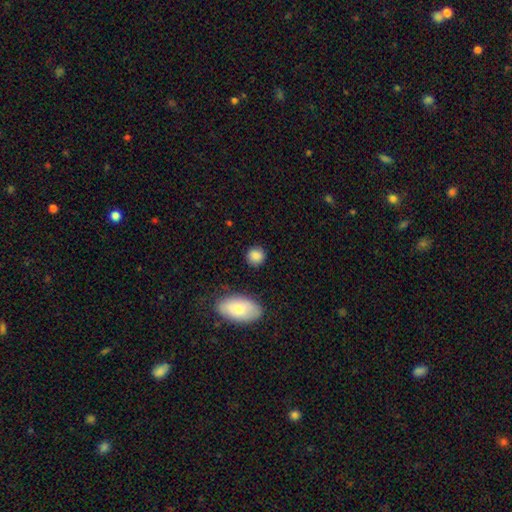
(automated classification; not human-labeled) The model was most divided on "how rounded": round: 81%, in between: 17%, cigar-shaped: 2%. More confident: smooth or featured — smooth (86%); merging — none (84%).